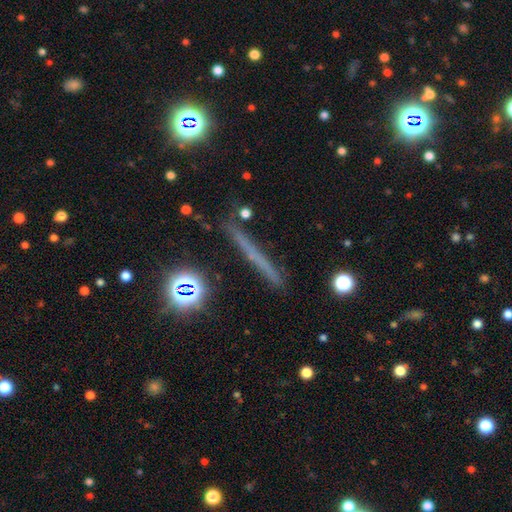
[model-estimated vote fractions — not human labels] A smooth galaxy with no disk features (45%). Merging: none (84%).